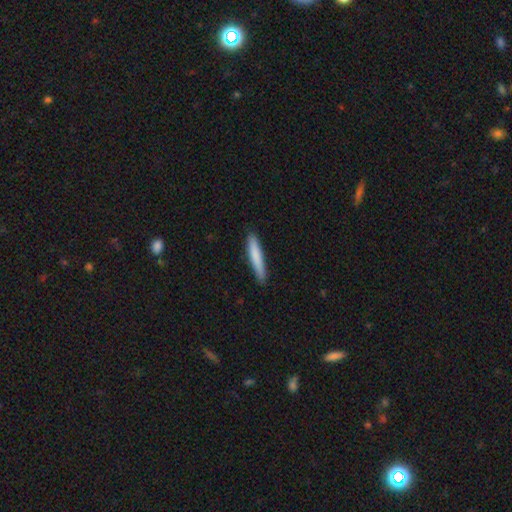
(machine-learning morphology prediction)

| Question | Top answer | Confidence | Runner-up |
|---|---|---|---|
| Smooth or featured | smooth | 79% | featured or disk (16%) |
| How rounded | cigar-shaped | 93% | in between (5%) |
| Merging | none | 87% | minor disturbance (10%) |